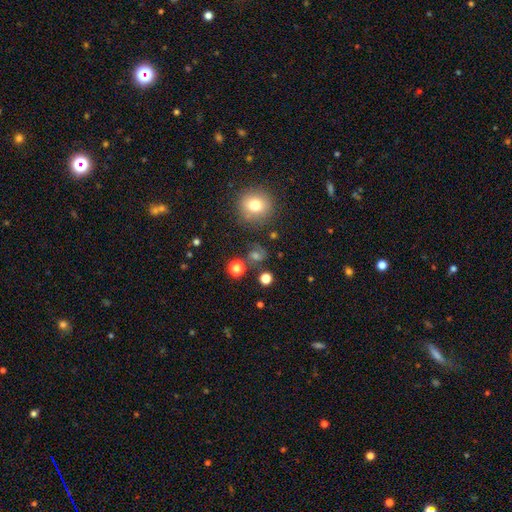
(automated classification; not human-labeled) Smooth or featured?
  - smooth: 47% *
  - star or artifact: 31%
  - featured or disk: 23%
Merging?
  - none: 73% *
  - minor disturbance: 13%
  - major disturbance: 8%
  - merger: 6%